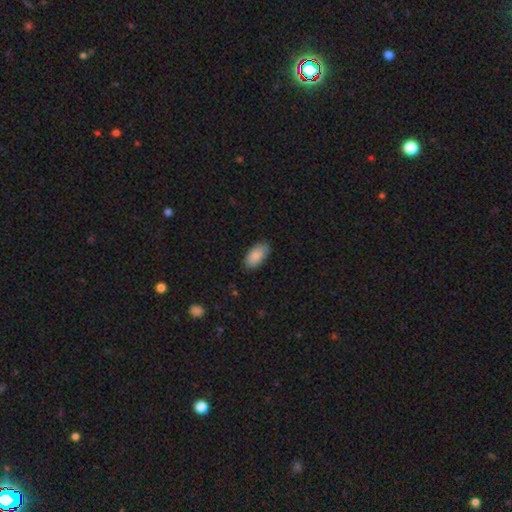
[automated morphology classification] smooth 88%, featured or disk 6%, star or artifact 6%. Down the decision tree: how rounded — in between (94%); merging — none (81%).